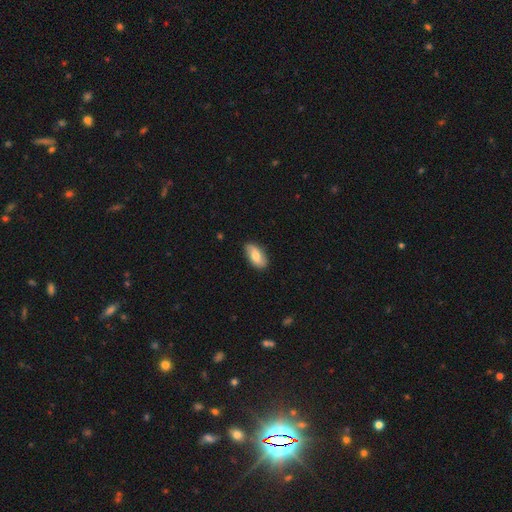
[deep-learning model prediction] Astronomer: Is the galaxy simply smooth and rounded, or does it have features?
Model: smooth — 59%.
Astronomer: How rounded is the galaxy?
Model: in between — 90%.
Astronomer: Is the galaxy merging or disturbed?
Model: none — 85%.